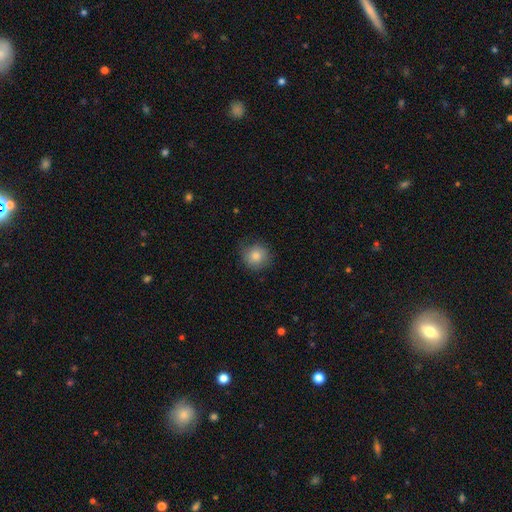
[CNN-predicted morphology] Q: Smooth or featured?
A: smooth (82%); runner-up: star or artifact (9%)
Q: How rounded?
A: round (91%); runner-up: in between (8%)
Q: Merging?
A: none (77%); runner-up: minor disturbance (18%)